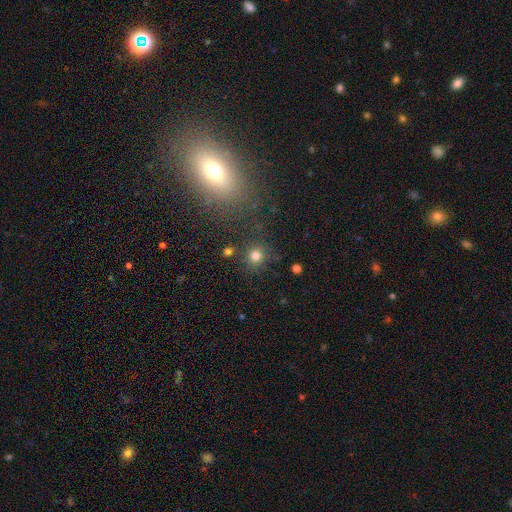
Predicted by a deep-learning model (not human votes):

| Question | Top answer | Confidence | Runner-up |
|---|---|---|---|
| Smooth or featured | smooth | 79% | star or artifact (15%) |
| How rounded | round | 92% | in between (7%) |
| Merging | none | 83% | minor disturbance (8%) |